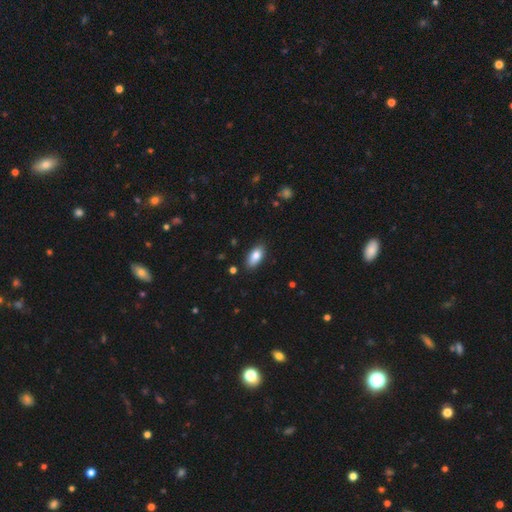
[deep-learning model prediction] The model was most divided on "smooth or featured": smooth: 83%, featured or disk: 10%, star or artifact: 7%. More confident: how rounded — in between (90%); merging — none (86%).